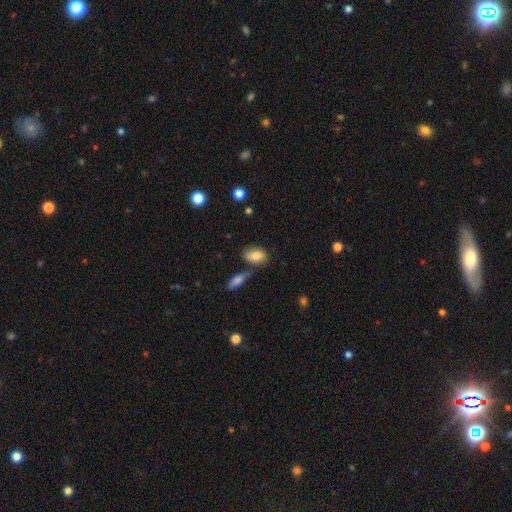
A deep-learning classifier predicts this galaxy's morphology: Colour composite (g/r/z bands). It shows a smooth galaxy with no disk features (79%) that is in between round and cigar-shaped (84%). Merging: none (62%).